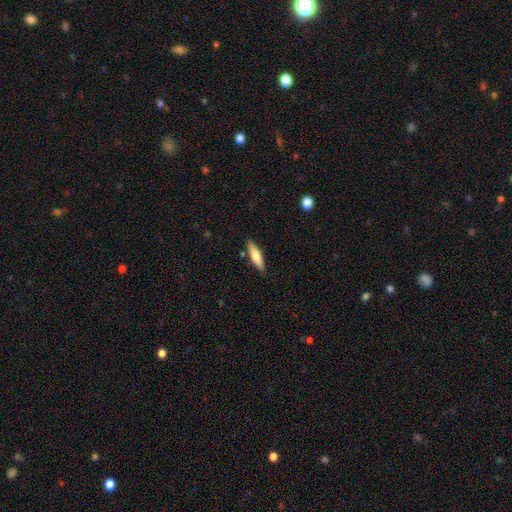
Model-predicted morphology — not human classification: The model was most divided on "how rounded": cigar-shaped: 67%, in between: 32%, round: 2%. More confident: merging — none (85%); smooth or featured — smooth (67%).